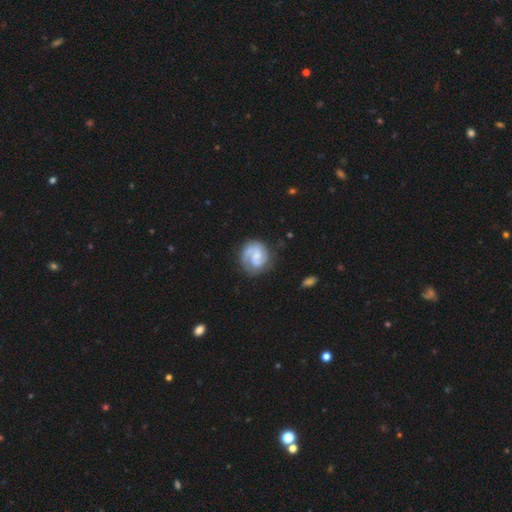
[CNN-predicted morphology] Smooth or featured? featured or disk (81%)
Edge-on disk? no (98%)
Bar? weak (46%)
Spiral arms? yes (96%)
Spiral winding? medium (45%)
Spiral arm count? 2 (73%)
Bulge size? small (43%)
Merging? none (71%)